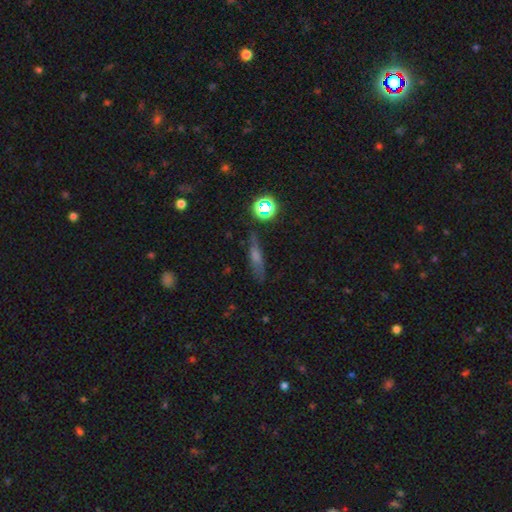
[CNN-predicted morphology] smooth-or-featured: smooth: 45% | featured or disk: 34% | star or artifact: 22%
  merging: none: 80% | minor disturbance: 13% | major disturbance: 4% | merger: 3%